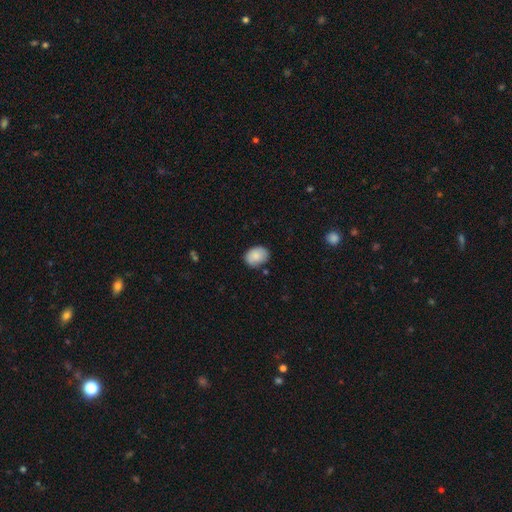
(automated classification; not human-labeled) Overall: smooth (86%). How rounded: in between (71%). Merging: none (78%).